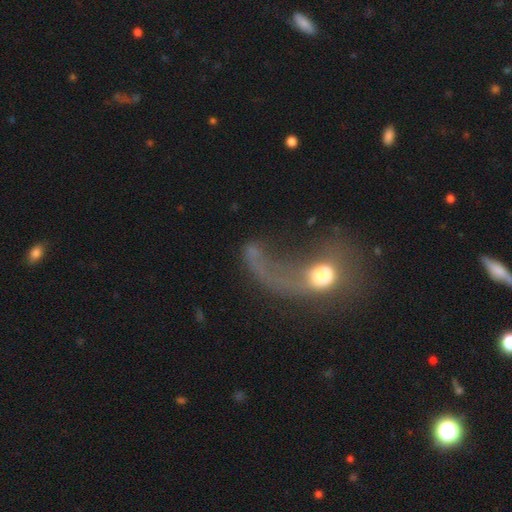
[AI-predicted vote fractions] A featured or disk galaxy (45%). Merging: major disturbance (53%).